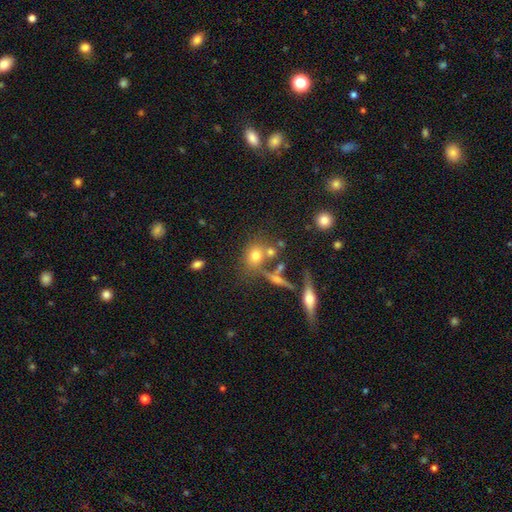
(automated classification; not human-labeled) A smooth galaxy with no disk features (69%) that is round (62%). Merging: none (56%).